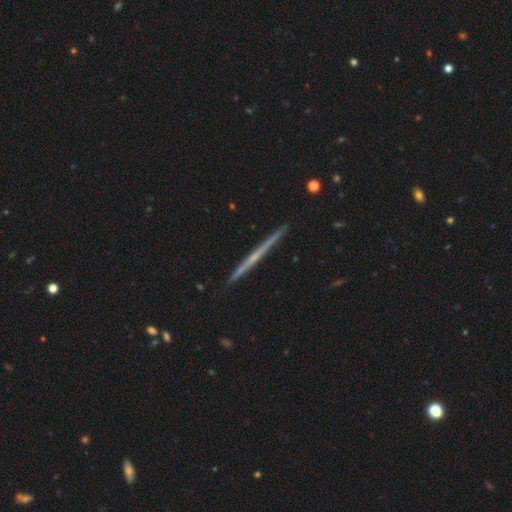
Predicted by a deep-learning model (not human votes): Smooth or featured? Predicted: featured or disk (p=0.71). Edge-on disk? Predicted: yes (p=0.98). Edge-on bulge? Predicted: none (p=0.71). Merging? Predicted: none (p=0.92).